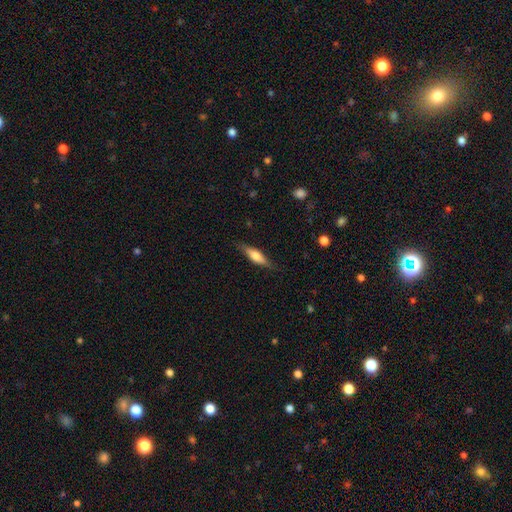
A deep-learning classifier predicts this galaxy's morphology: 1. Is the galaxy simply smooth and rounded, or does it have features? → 56% smooth, 38% featured or disk, 6% star or artifact.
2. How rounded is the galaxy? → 59% cigar-shaped, 39% in between, 2% round.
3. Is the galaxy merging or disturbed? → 81% none, 15% minor disturbance, 3% major disturbance, 1% merger.